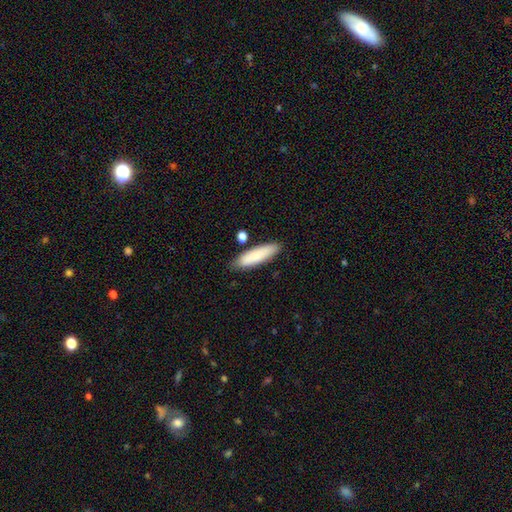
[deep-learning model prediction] Smooth or featured? smooth (85%)
How rounded? cigar-shaped (64%)
Merging? none (80%)